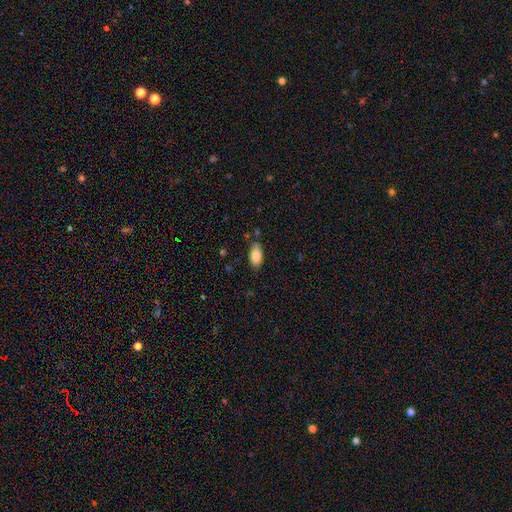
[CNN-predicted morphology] smooth-or-featured: smooth: 84% | featured or disk: 9% | star or artifact: 7%
  how-rounded: in between: 91% | cigar-shaped: 7% | round: 3%
  merging: none: 80% | minor disturbance: 14% | merger: 3% | major disturbance: 3%